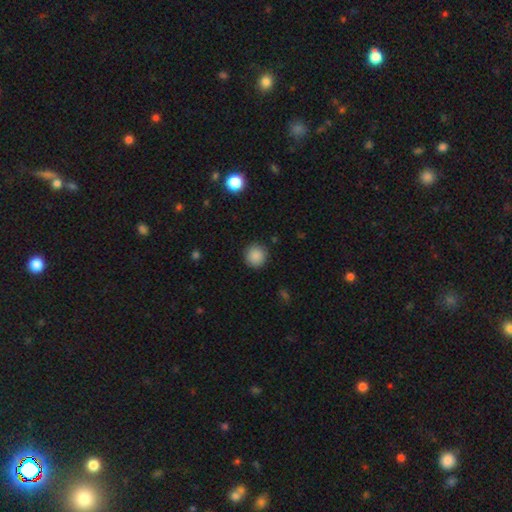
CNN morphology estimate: This appears to be a smooth galaxy with no disk features (88%) that is round (94%). Merging: none (90%).